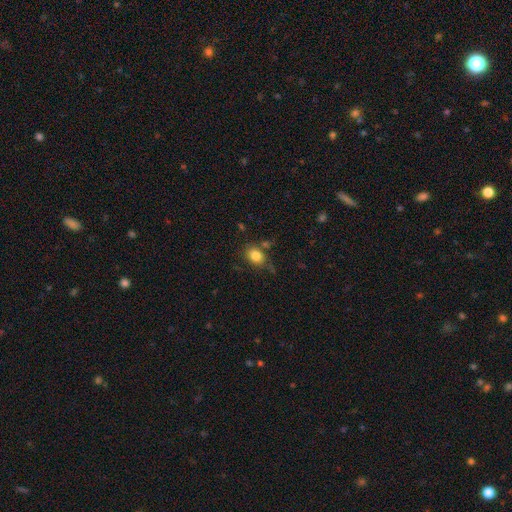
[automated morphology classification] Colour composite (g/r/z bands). It shows a smooth galaxy with no disk features (83%) that is in between round and cigar-shaped (57%). Merging: none (69%).